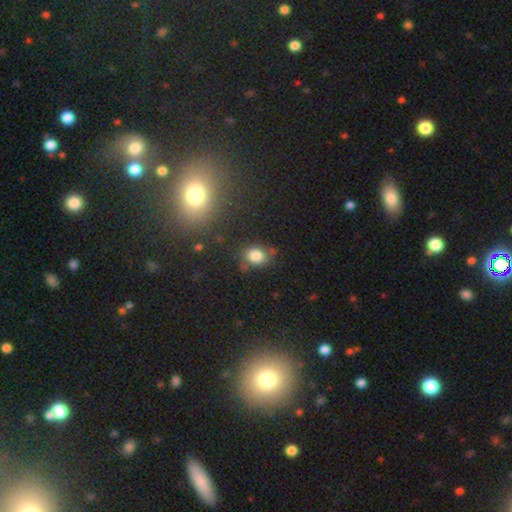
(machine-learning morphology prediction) smooth-or-featured: smooth: 80% | star or artifact: 12% | featured or disk: 8%
  how-rounded: round: 50% | in between: 48% | cigar-shaped: 1%
  merging: none: 66% | minor disturbance: 21% | merger: 7% | major disturbance: 6%